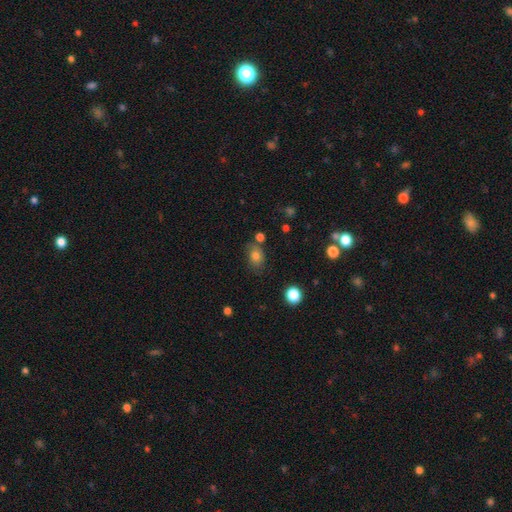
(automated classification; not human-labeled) The model was most divided on "how rounded": in between: 66%, round: 33%, cigar-shaped: 1%. More confident: smooth or featured — smooth (78%); merging — none (68%).